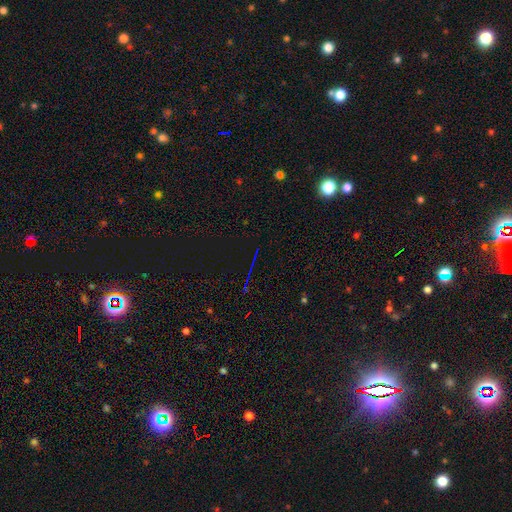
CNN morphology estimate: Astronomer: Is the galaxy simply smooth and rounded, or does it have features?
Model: star or artifact — 75%.